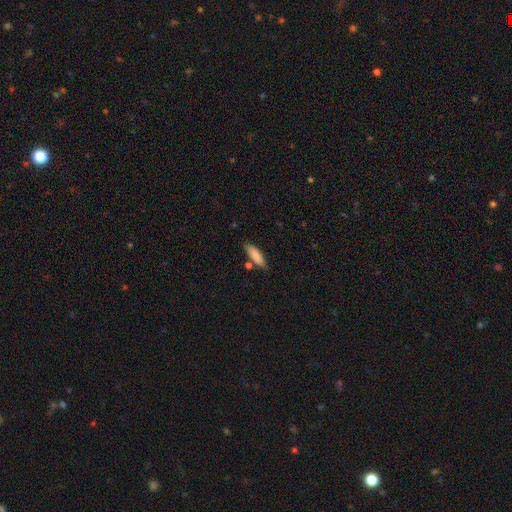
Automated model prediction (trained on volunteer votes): A smooth galaxy with no disk features (86%) that is cigar-shaped (50%).

Vote fractions:
- Smooth or featured? smooth: 86% / featured or disk: 8% / star or artifact: 6%
- How rounded? cigar-shaped: 50% / in between: 48% / round: 2%
- Merging? none: 74% / minor disturbance: 15% / merger: 8% / major disturbance: 3%